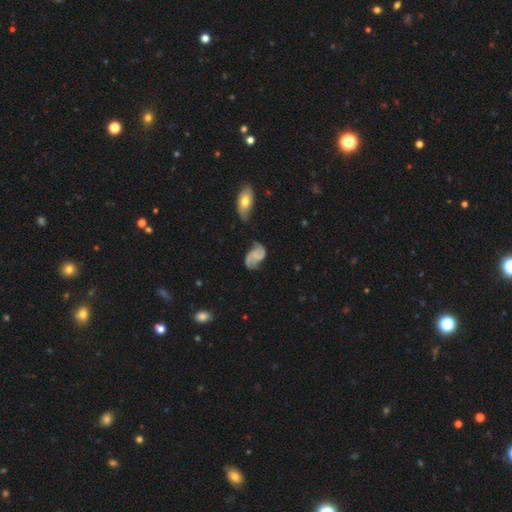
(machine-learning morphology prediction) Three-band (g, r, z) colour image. It shows a featured or disk galaxy (72%) with no bar (60%), 2 (85%) medium (43%) spiral arms (92%) and no central bulge (63%). Merging: none (56%).